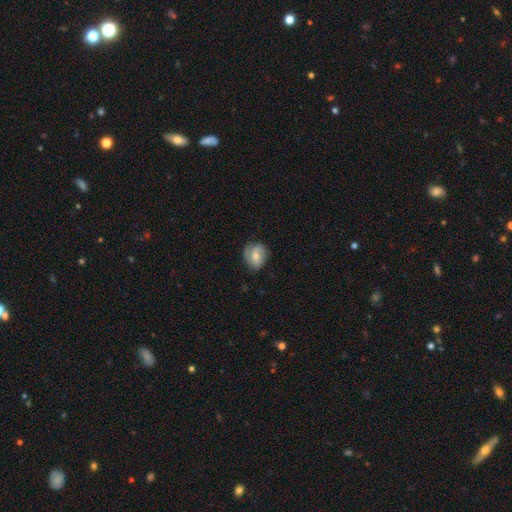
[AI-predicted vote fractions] The model was most divided on "smooth or featured": featured or disk: 47%, smooth: 45%, star or artifact: 7%. More confident: merging — none (69%).